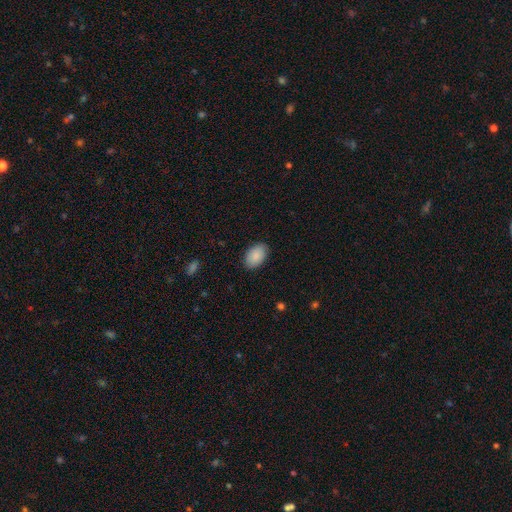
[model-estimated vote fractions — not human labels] Overall: smooth (90%). How rounded: in between (91%). Merging: none (87%).